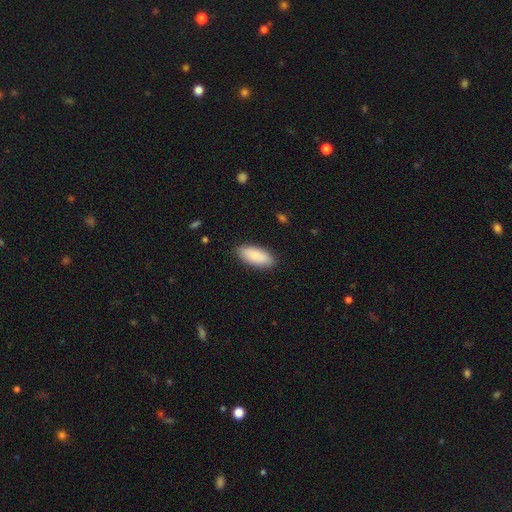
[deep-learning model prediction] This is clearly a smooth galaxy (86%). How rounded: clearly in between (86%). Merging: clearly none (88%).